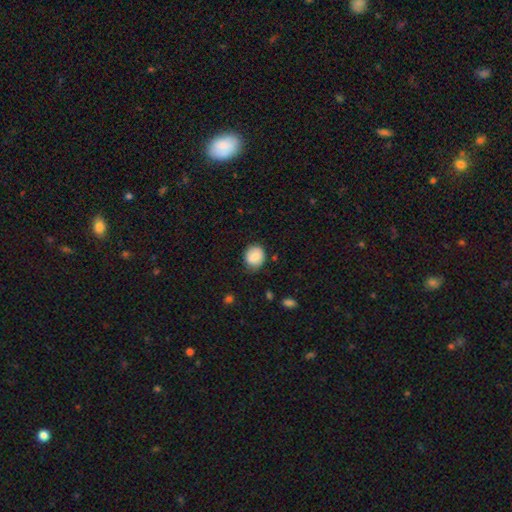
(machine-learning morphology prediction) Overall: smooth (82%). How rounded: round (73%). Merging: none (72%).